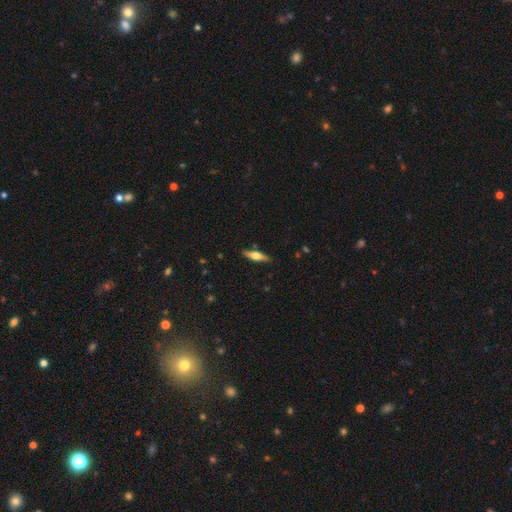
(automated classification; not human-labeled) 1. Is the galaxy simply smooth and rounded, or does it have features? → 49% featured or disk, 45% smooth, 6% star or artifact.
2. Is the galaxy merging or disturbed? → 86% none, 10% minor disturbance, 2% major disturbance, 2% merger.